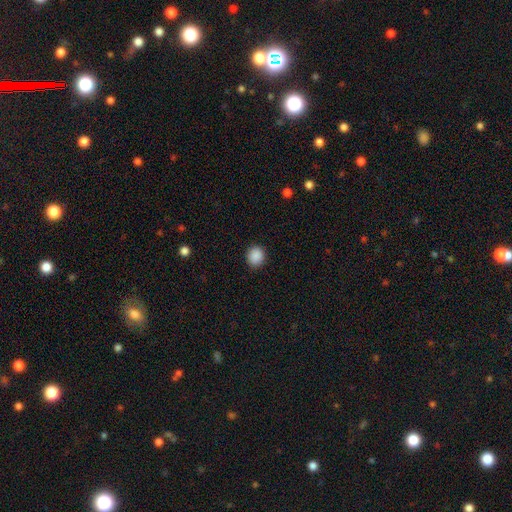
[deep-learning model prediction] This is clearly a smooth galaxy (89%). How rounded: clearly round (81%). Merging: clearly none (91%).